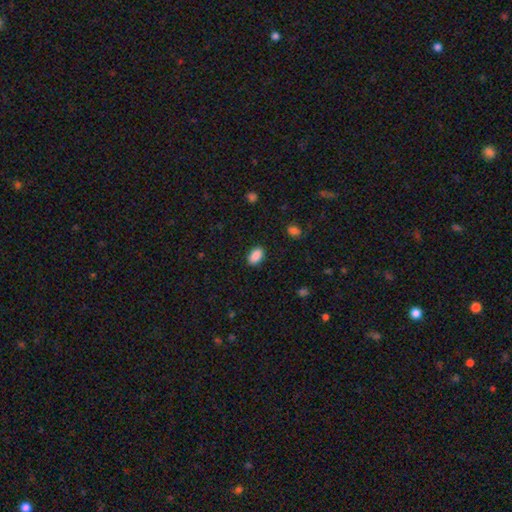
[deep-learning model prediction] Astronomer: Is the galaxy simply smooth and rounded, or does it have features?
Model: smooth — 89%.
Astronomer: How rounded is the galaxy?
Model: in between — 92%.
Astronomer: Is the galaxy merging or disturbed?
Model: none — 88%.